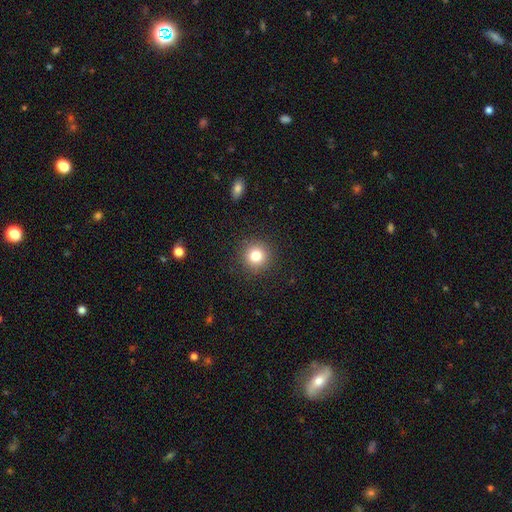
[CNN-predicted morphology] Smooth or featured? Predicted: smooth (p=0.81). How rounded? Predicted: round (p=0.94). Merging? Predicted: none (p=0.91).